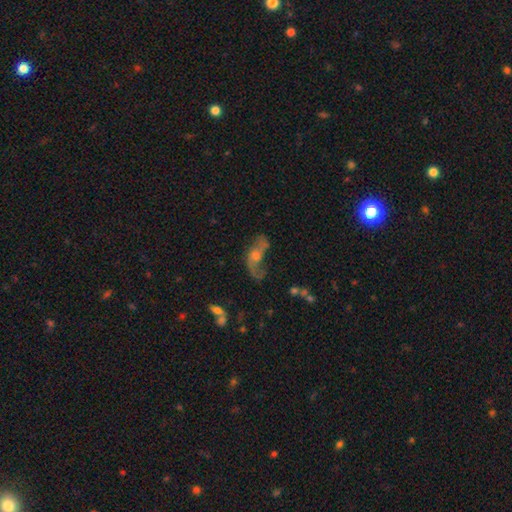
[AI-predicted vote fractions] The model was most divided on "bulge size": moderate: 48%, small: 38%, large: 6%, none: 6%, dominant: 2%. Remaining: edge-on disk — no (91%); spiral arms — yes (80%); smooth or featured — featured or disk (68%); bar — no (67%); merging — none (43%).